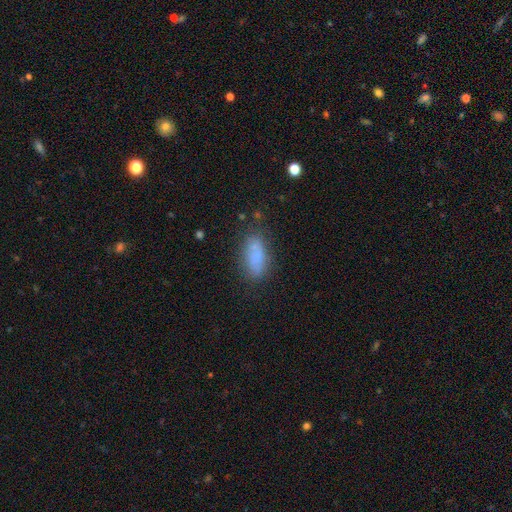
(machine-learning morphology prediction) Smooth or featured: smooth — 76% (featured or disk — 15%)
How rounded: in between — 84% (cigar-shaped — 13%)
Merging: none — 70% (minor disturbance — 19%)